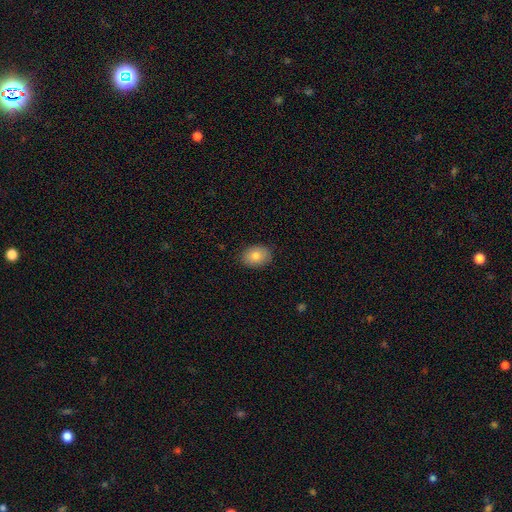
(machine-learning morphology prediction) This appears to be a smooth galaxy with no disk features (81%) that is in between round and cigar-shaped (73%). Merging: none (88%).